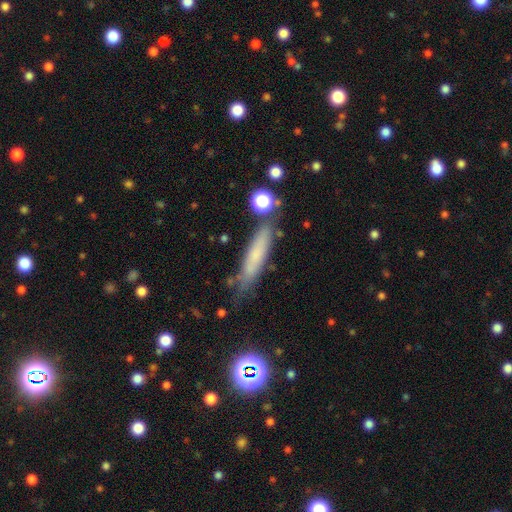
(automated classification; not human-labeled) The model was most divided on "smooth or featured": smooth: 67%, featured or disk: 23%, star or artifact: 10%. More confident: how rounded — cigar-shaped (82%); merging — none (72%).